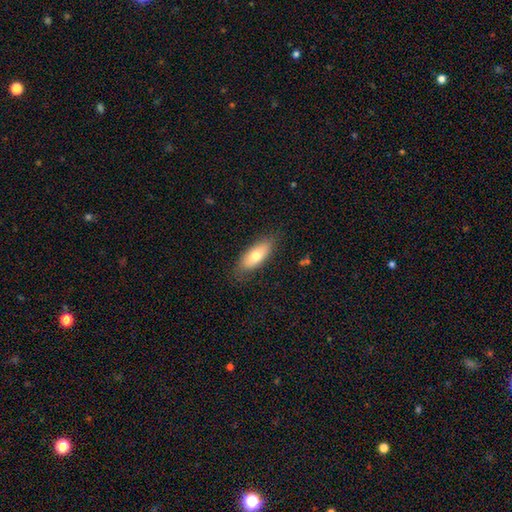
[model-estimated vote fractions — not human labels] Morphology: type=smooth (71%); roundness=in between (78%); merging=none (81%).